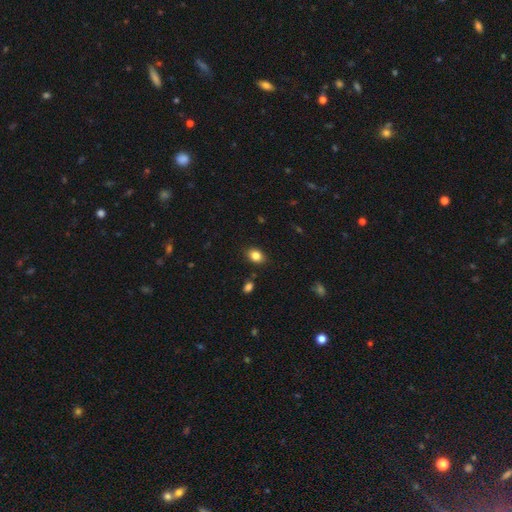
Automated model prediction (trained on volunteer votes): Smooth or featured? Predicted: smooth (p=0.83). How rounded? Predicted: in between (p=0.72). Merging? Predicted: none (p=0.85).